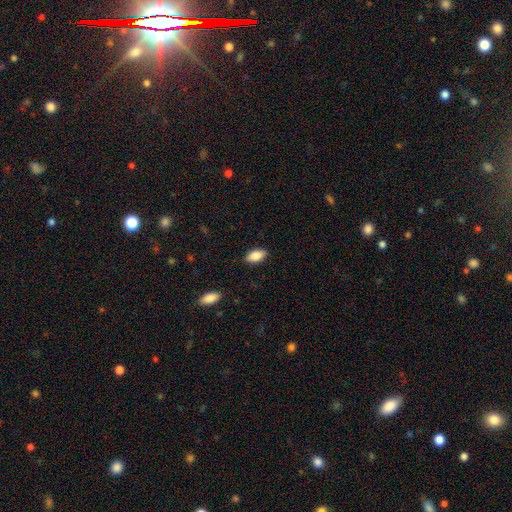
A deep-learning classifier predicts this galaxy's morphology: smooth_or_featured: smooth (p=0.86) [alt: featured or disk p=0.07]
how_rounded: in between (p=0.92) [alt: cigar-shaped p=0.05]
merging: none (p=0.87) [alt: minor disturbance p=0.10]